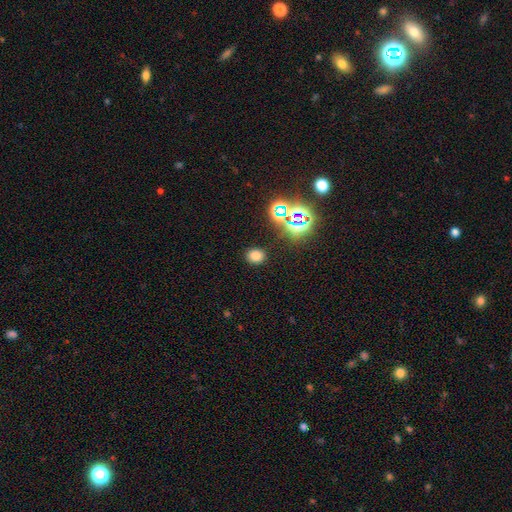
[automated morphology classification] Overall: smooth (73%). How rounded: round (60%; in between 39%). Merging: none (87%).